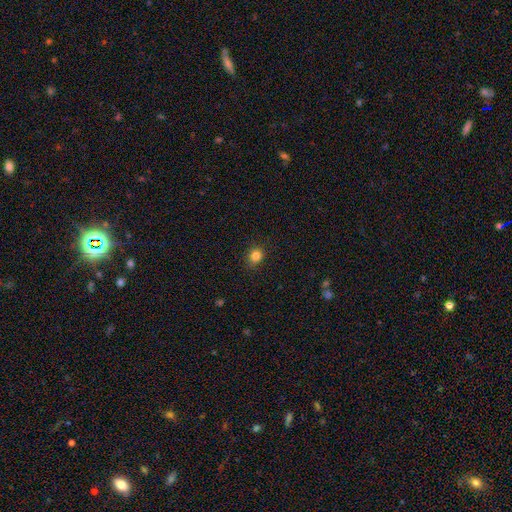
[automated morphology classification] Smooth or featured? smooth (84%)
How rounded? round (78%)
Merging? none (88%)